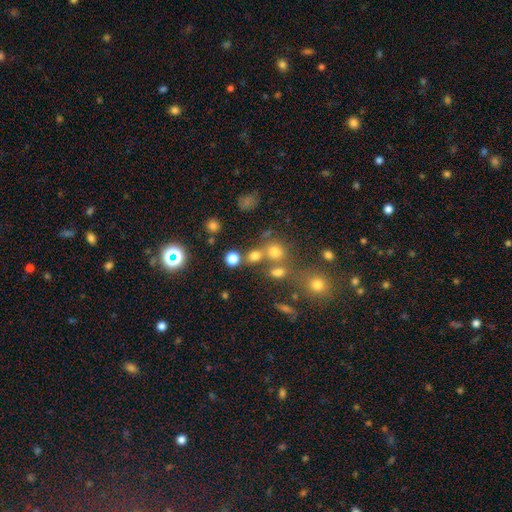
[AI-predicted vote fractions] smooth 60%, star or artifact 29%, featured or disk 11%. Down the decision tree: how rounded — round (82%); merging — none (57%).